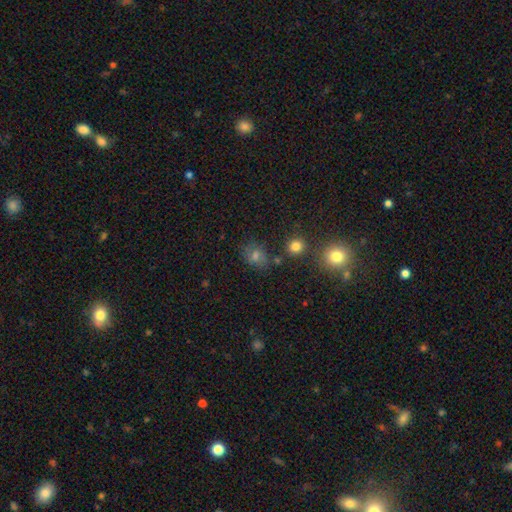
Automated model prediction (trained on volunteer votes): Q: Smooth or featured?
A: smooth (67%); runner-up: star or artifact (21%)
Q: How rounded?
A: round (53%); runner-up: in between (45%)
Q: Merging?
A: none (74%); runner-up: minor disturbance (15%)